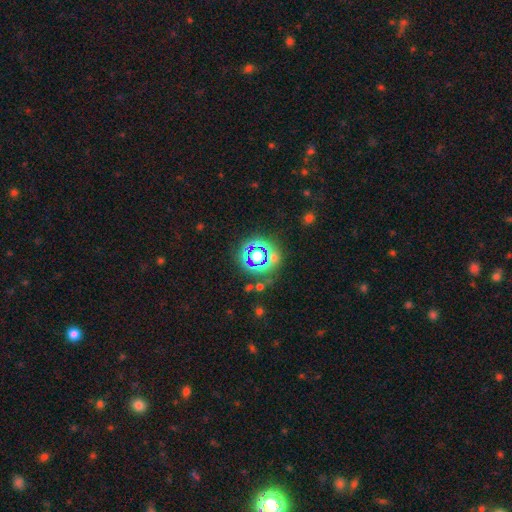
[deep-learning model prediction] Smooth or featured? Predicted: star or artifact (p=0.62).